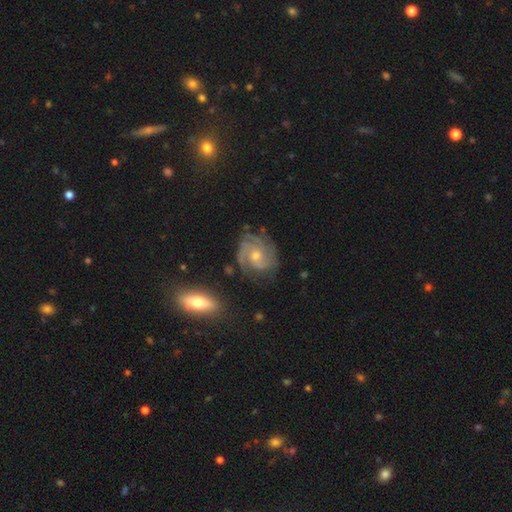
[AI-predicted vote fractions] Morphology: type=featured or disk (85%); edge-on=no (97%); bar=no (67%); spiral arms=yes (97%); winding=tight (57%); arm count=3 (40%); bulge=moderate (50%); merging=none (73%).